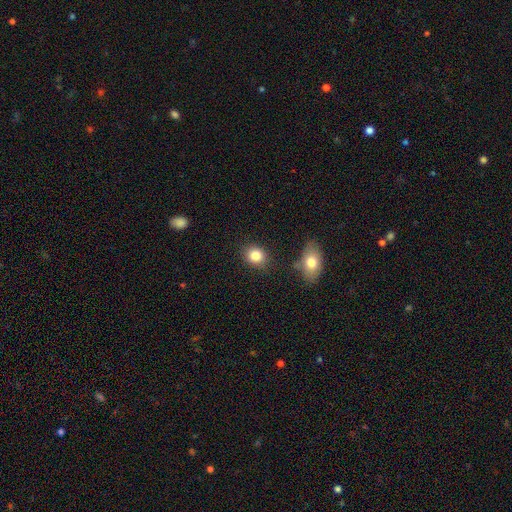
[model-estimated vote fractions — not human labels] smooth 83%, star or artifact 10%, featured or disk 7%. Down the decision tree: how rounded — round (58%); merging — none (82%).